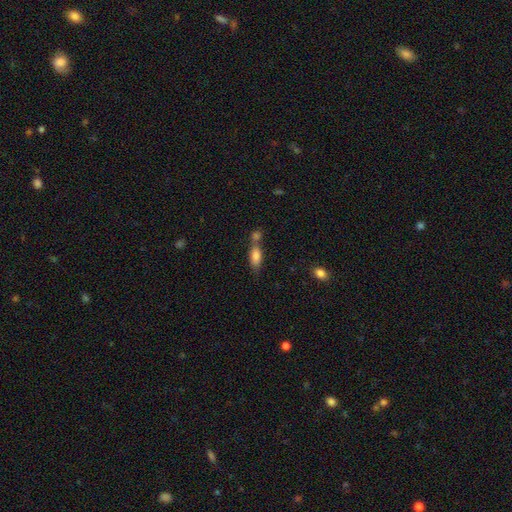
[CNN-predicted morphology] Overall: smooth (82%). How rounded: in between (79%). Merging: none (42%, tied with merger).